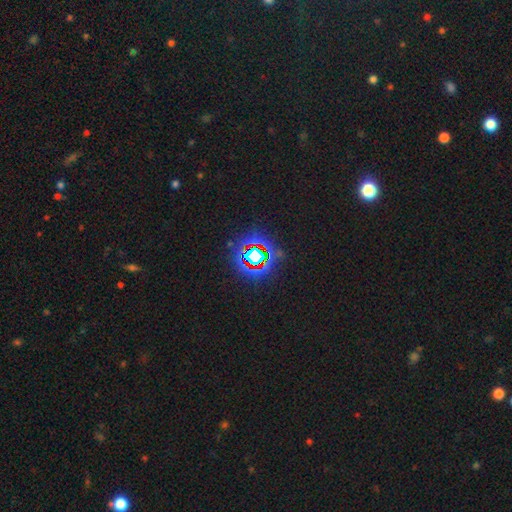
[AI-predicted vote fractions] Smooth or featured? star or artifact (79%)